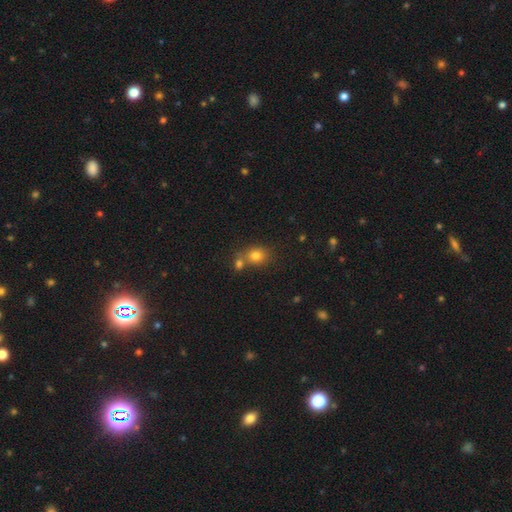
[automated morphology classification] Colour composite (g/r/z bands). It shows a smooth galaxy with no disk features (79%) that is round (64%). Merging: none (51%).